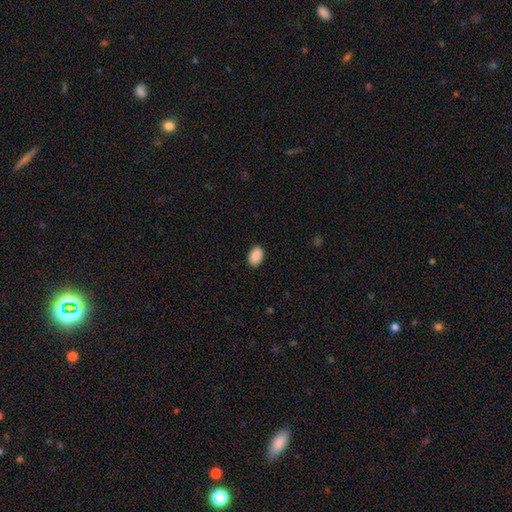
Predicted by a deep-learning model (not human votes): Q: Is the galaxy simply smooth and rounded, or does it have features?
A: smooth — 90%.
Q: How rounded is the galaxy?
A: in between — 89%.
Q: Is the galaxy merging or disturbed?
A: none — 89%.